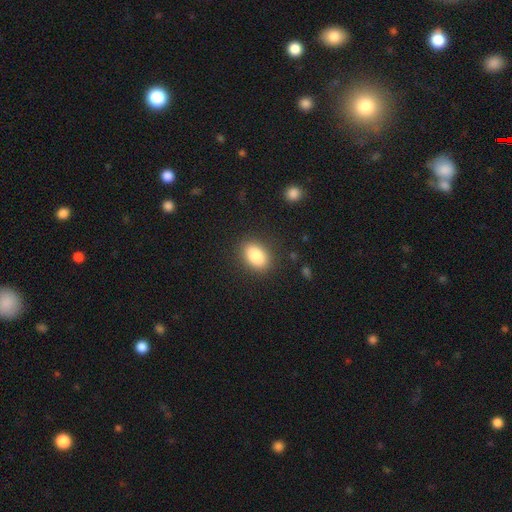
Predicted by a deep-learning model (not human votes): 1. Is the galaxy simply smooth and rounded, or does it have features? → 85% smooth, 8% star or artifact, 6% featured or disk.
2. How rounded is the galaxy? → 82% in between, 16% round, 2% cigar-shaped.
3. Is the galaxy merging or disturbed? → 87% none, 9% minor disturbance, 3% major disturbance, 1% merger.